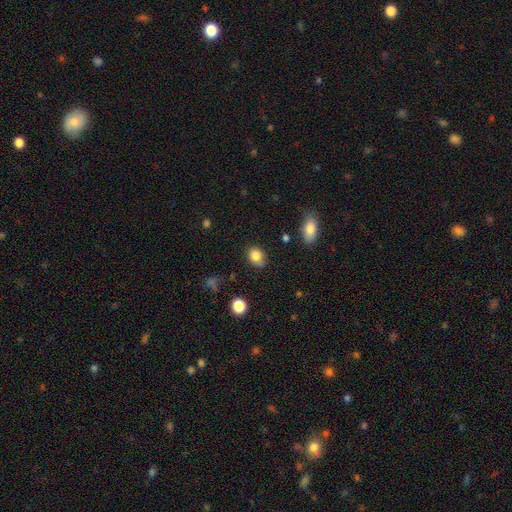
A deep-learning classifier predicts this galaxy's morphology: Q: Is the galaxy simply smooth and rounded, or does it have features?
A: smooth — 84%.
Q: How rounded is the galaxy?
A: in between — 52%.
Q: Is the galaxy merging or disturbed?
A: none — 71%.